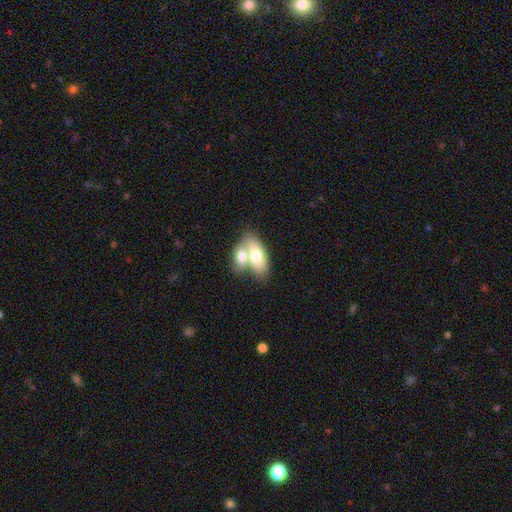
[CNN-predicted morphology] Smooth or featured? smooth (68%)
How rounded? in between (87%)
Merging? merger (70%)